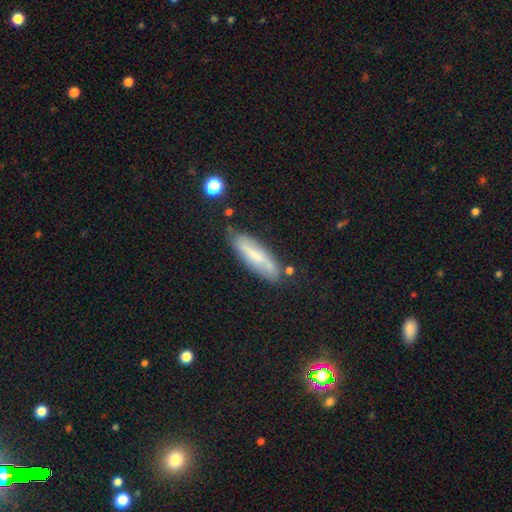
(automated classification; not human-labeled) smooth 58%, featured or disk 35%, star or artifact 8%. Down the decision tree: how rounded — cigar-shaped (60%); merging — none (74%).